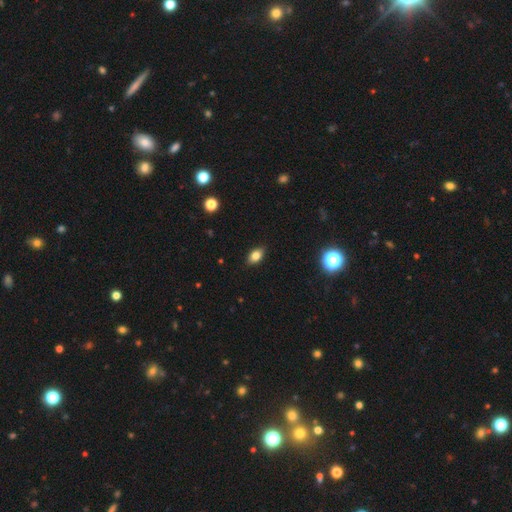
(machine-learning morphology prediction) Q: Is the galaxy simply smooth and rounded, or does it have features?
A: smooth — 80%.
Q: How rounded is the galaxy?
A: in between — 86%.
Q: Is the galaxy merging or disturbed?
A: none — 88%.